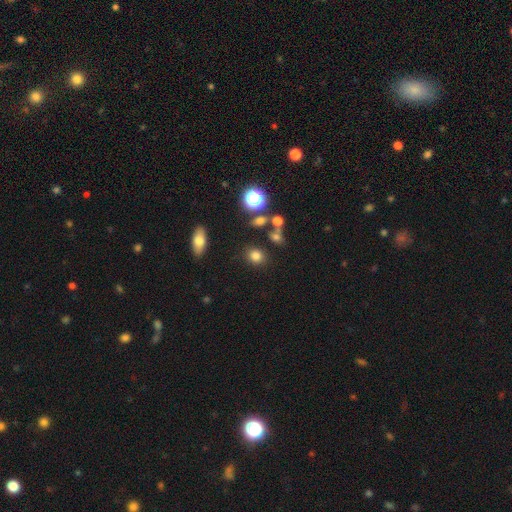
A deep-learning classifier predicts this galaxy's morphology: The model was most divided on "how rounded": round: 71%, in between: 28%, cigar-shaped: 2%. More confident: merging — none (82%); smooth or featured — smooth (78%).